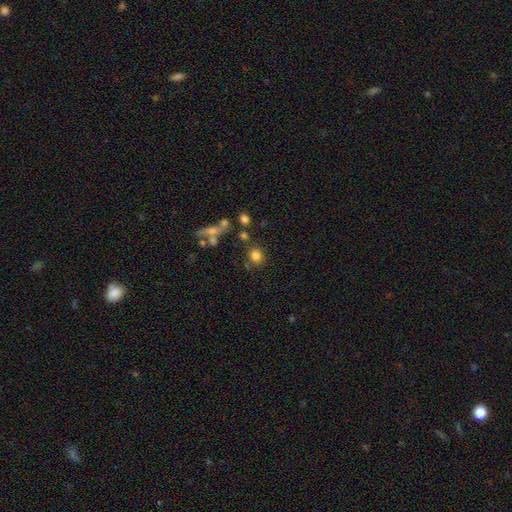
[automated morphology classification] A smooth galaxy with no disk features (79%) that is round (77%).

Vote fractions:
- Smooth or featured? smooth: 79% / star or artifact: 13% / featured or disk: 8%
- How rounded? round: 77% / in between: 21% / cigar-shaped: 1%
- Merging? none: 75% / minor disturbance: 11% / merger: 10% / major disturbance: 5%